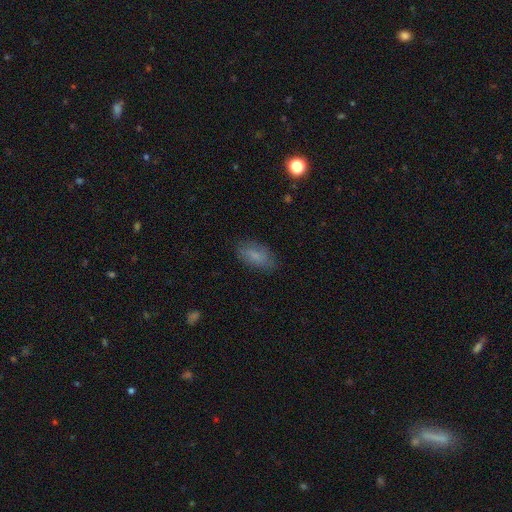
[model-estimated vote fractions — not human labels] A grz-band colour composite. It shows a smooth galaxy with no disk features (79%) that is in between round and cigar-shaped (90%). Merging: none (79%).